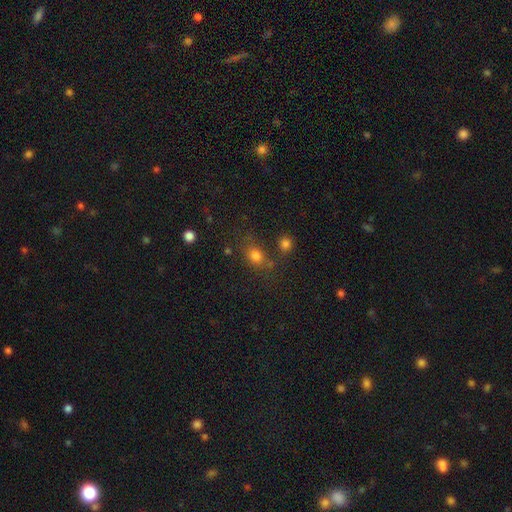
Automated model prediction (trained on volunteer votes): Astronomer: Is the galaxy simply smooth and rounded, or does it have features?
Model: smooth — 76%.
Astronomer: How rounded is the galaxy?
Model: in between — 52% (runner-up: round, 46%).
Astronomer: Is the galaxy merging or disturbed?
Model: none — 59%.